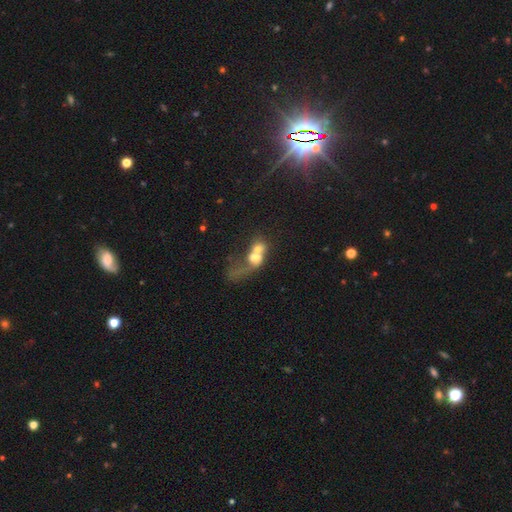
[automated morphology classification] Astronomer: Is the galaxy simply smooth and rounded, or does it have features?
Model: smooth — 53% (runner-up: featured or disk, 35%).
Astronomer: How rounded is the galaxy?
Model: in between — 53% (runner-up: round, 43%).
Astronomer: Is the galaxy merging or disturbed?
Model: merger — 69%.